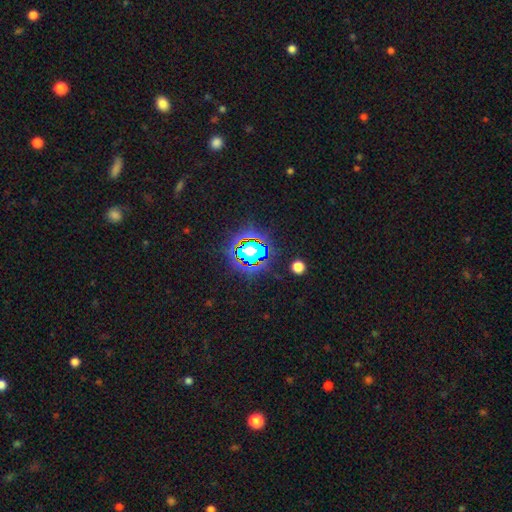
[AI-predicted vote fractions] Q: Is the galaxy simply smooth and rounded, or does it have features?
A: star or artifact — 74%.